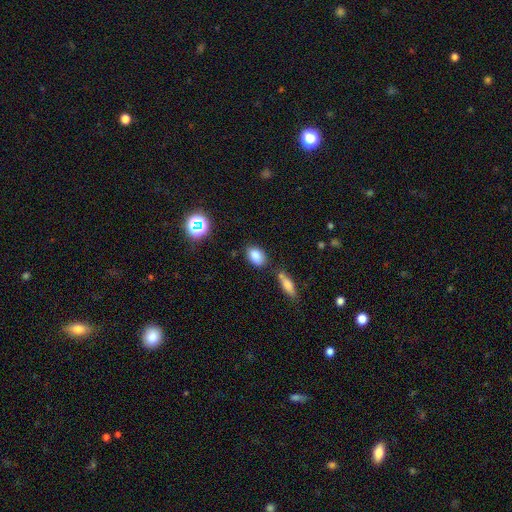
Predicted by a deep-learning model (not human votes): This is clearly a smooth galaxy (83%). How rounded: likely in between (79%). Merging: likely none (74%).